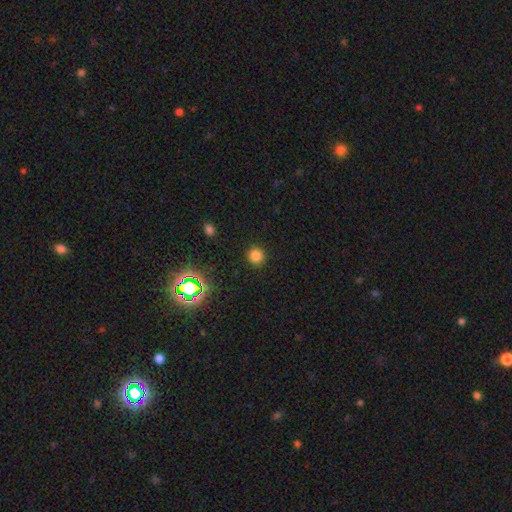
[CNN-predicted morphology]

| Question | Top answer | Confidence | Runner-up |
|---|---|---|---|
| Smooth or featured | smooth | 78% | star or artifact (17%) |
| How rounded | round | 91% | in between (8%) |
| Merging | none | 90% | minor disturbance (6%) |